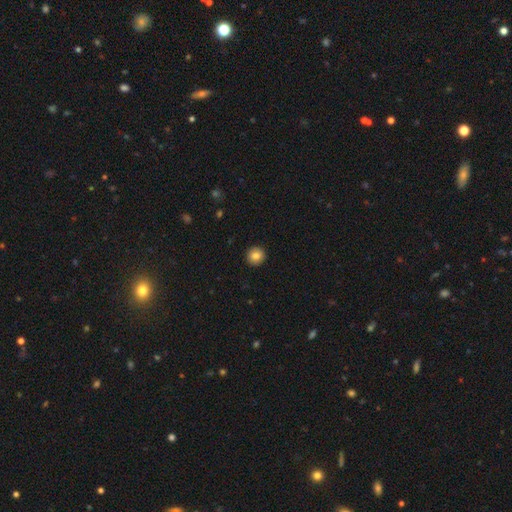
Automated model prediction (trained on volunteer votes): The model was most divided on "smooth or featured": smooth: 84%, star or artifact: 9%, featured or disk: 7%. More confident: how rounded — round (94%); merging — none (93%).